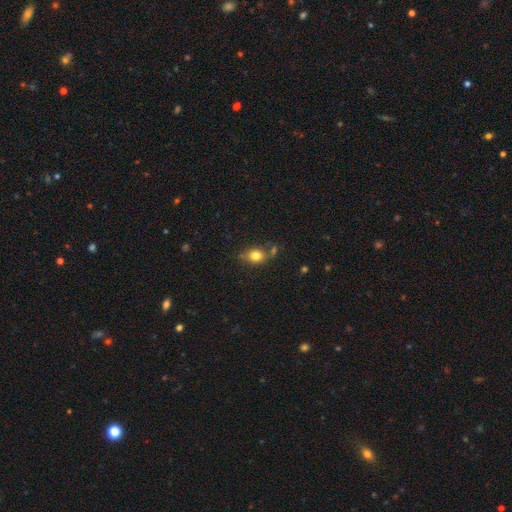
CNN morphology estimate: Smooth or featured: smooth — 77% (featured or disk — 13%)
How rounded: in between — 63% (round — 34%)
Merging: none — 61% (minor disturbance — 20%)